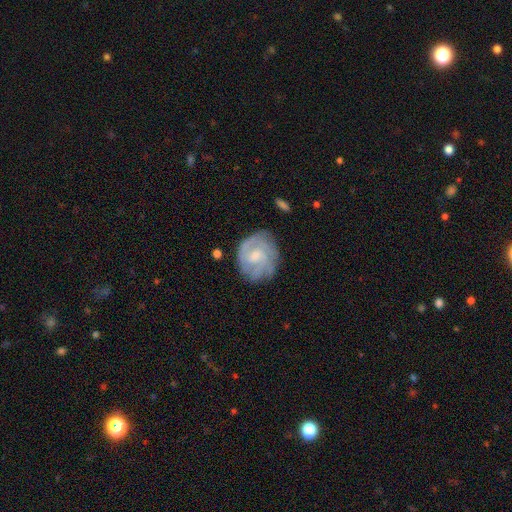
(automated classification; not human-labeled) Smooth or featured: featured or disk — 73% (smooth — 22%)
Edge-on disk: no — 98% (yes — 2%)
Bar: no — 55% (weak — 40%)
Spiral arms: yes — 88% (no — 12%)
Spiral winding: tight — 55% (medium — 35%)
Spiral arm count: can't tell — 36% (2 — 24%)
Bulge size: moderate — 43% (small — 42%)
Merging: none — 70% (minor disturbance — 20%)